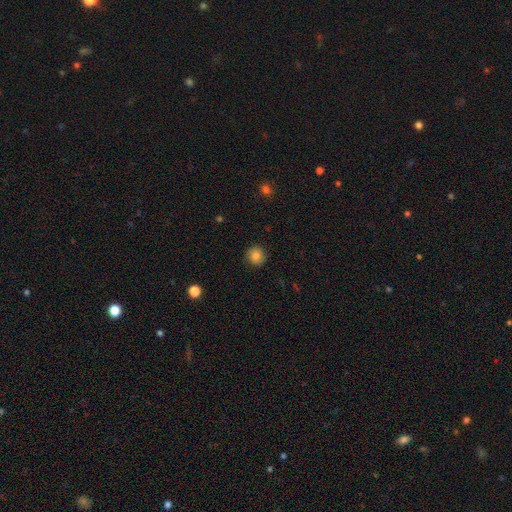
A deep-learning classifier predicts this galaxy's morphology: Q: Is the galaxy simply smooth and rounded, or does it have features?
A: smooth — 81%.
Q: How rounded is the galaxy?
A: round — 92%.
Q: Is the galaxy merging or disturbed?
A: none — 90%.